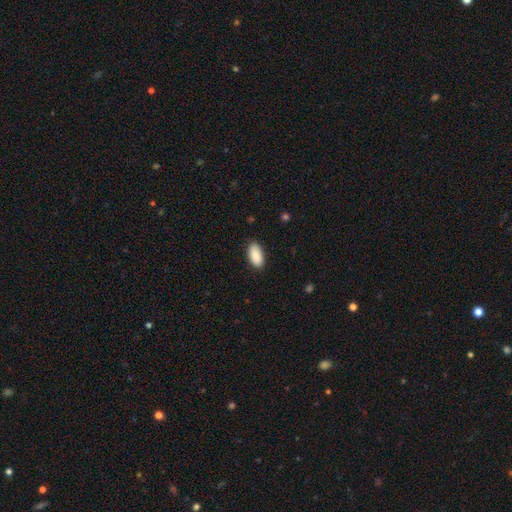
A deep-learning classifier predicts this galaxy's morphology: This is clearly a smooth galaxy (88%). How rounded: clearly in between (94%). Merging: clearly none (86%).